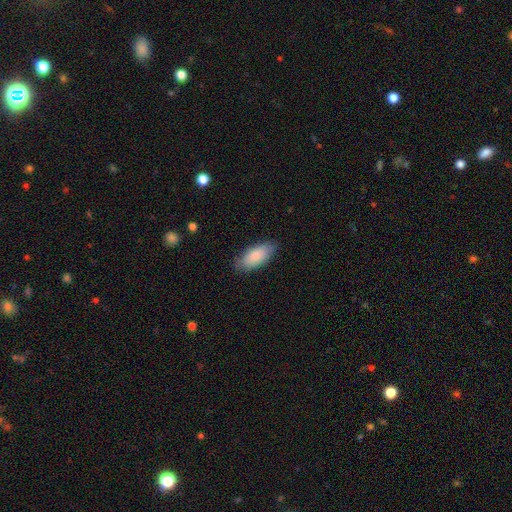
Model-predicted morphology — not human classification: A smooth galaxy with no disk features (84%) that is in between round and cigar-shaped (87%).

Vote fractions:
- Smooth or featured? smooth: 84% / featured or disk: 10% / star or artifact: 6%
- How rounded? in between: 87% / cigar-shaped: 11% / round: 2%
- Merging? none: 83% / minor disturbance: 13% / major disturbance: 3% / merger: 1%